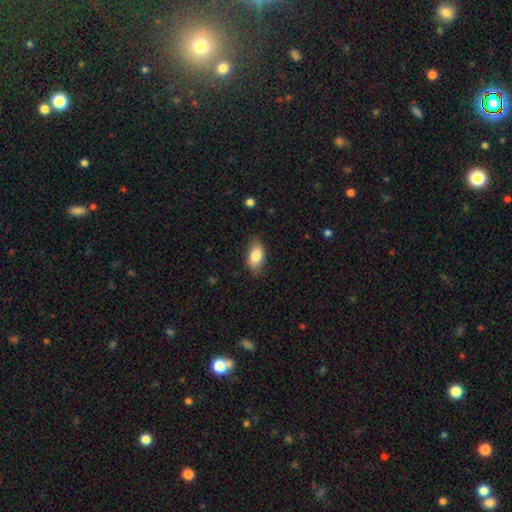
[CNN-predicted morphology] A smooth galaxy with no disk features (81%) that is in between round and cigar-shaped (90%).

Vote fractions:
- Smooth or featured? smooth: 81% / featured or disk: 12% / star or artifact: 7%
- How rounded? in between: 90% / round: 7% / cigar-shaped: 3%
- Merging? none: 73% / minor disturbance: 22% / major disturbance: 4% / merger: 1%